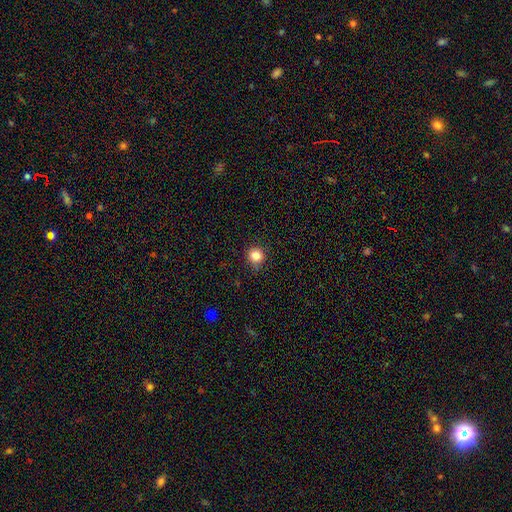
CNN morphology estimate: smooth-or-featured: smooth: 84% | star or artifact: 12% | featured or disk: 4%
  how-rounded: round: 91% | in between: 8% | cigar-shaped: 1%
  merging: none: 88% | minor disturbance: 8% | major disturbance: 2% | merger: 1%